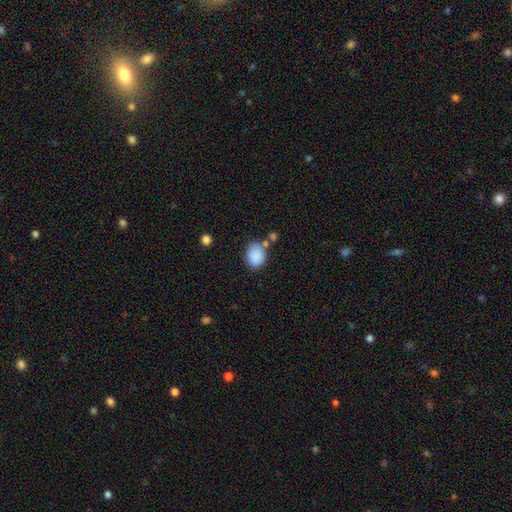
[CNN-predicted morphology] A smooth galaxy with no disk features (87%) that is round (53%).

Vote fractions:
- Smooth or featured? smooth: 87% / star or artifact: 8% / featured or disk: 4%
- How rounded? round: 53% / in between: 46% / cigar-shaped: 1%
- Merging? none: 66% / minor disturbance: 17% / merger: 12% / major disturbance: 5%